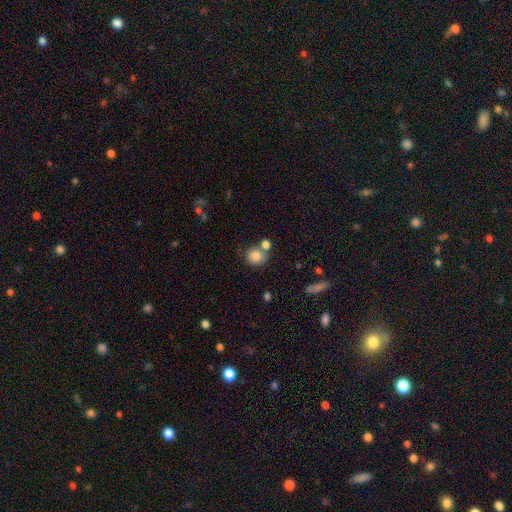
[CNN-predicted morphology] A smooth galaxy with no disk features (82%) that is round (81%).

Vote fractions:
- Smooth or featured? smooth: 82% / star or artifact: 9% / featured or disk: 9%
- How rounded? round: 81% / in between: 18% / cigar-shaped: 1%
- Merging? none: 58% / merger: 26% / minor disturbance: 12% / major disturbance: 4%